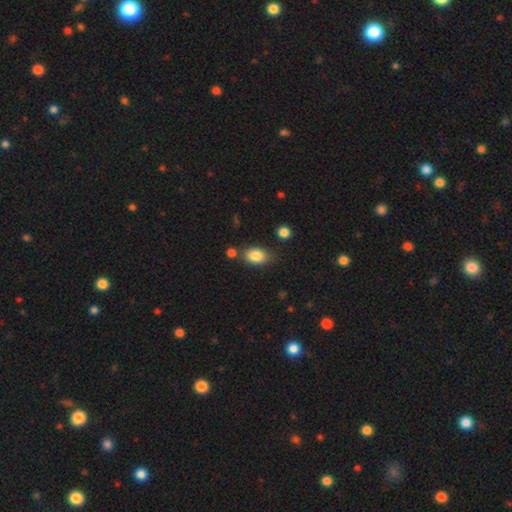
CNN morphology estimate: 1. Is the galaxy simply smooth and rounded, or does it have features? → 85% smooth, 8% star or artifact, 7% featured or disk.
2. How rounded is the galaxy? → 83% in between, 16% round, 1% cigar-shaped.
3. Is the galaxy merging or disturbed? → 72% none, 15% minor disturbance, 9% merger, 4% major disturbance.